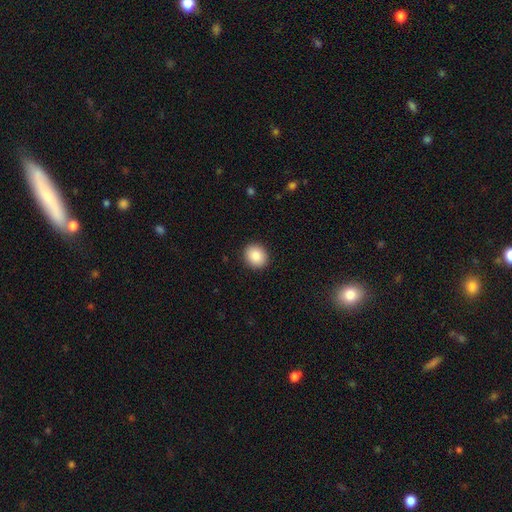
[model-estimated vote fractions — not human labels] Smooth or featured?
  - smooth: 87% *
  - star or artifact: 8%
  - featured or disk: 5%
How rounded?
  - round: 73% *
  - in between: 26%
  - cigar-shaped: 1%
Merging?
  - none: 91% *
  - minor disturbance: 6%
  - major disturbance: 2%
  - merger: 1%